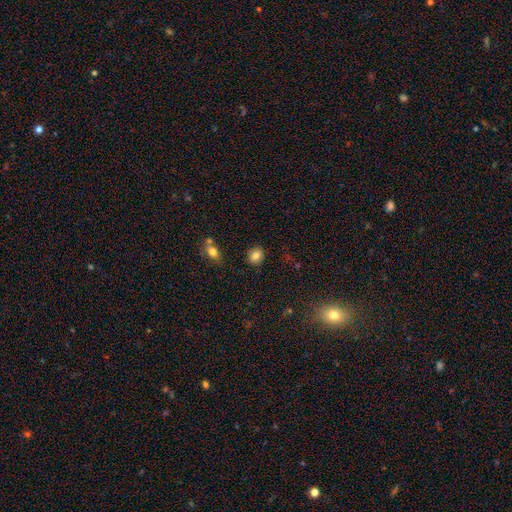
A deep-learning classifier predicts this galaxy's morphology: type=smooth (83%); roundness=round (66%); merging=none (87%).